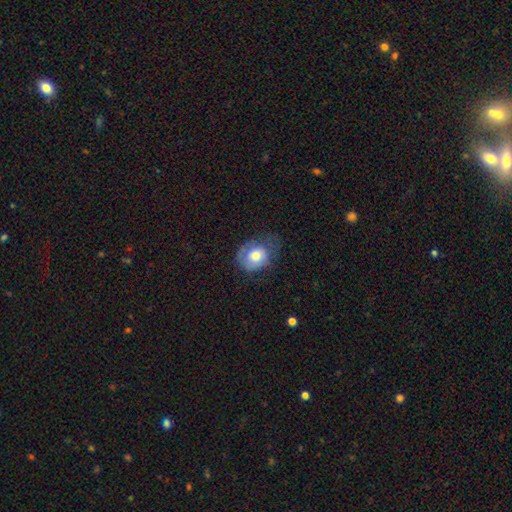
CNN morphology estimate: This is likely a smooth galaxy (65%). How rounded: possibly round (50%). Merging: marginally none (43%).